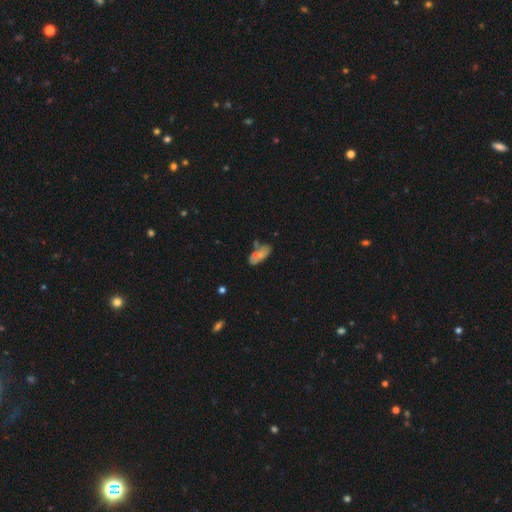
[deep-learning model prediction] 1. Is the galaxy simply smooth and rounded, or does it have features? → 52% smooth, 31% featured or disk, 17% star or artifact.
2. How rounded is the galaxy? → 79% in between, 16% cigar-shaped, 5% round.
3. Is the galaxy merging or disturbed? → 55% none, 22% minor disturbance, 13% merger, 10% major disturbance.